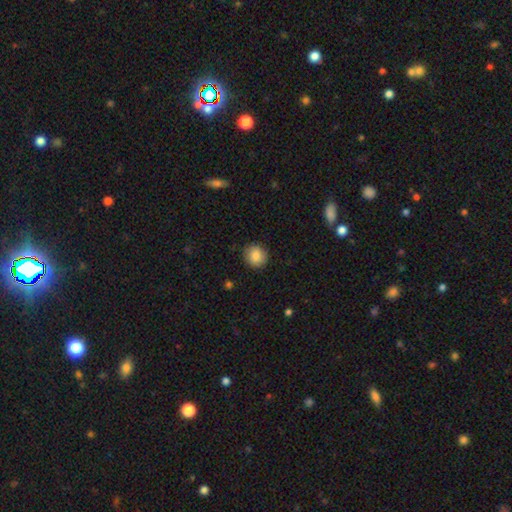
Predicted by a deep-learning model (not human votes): Smooth or featured? Predicted: smooth (p=0.85). How rounded? Predicted: round (p=0.85). Merging? Predicted: none (p=0.88).